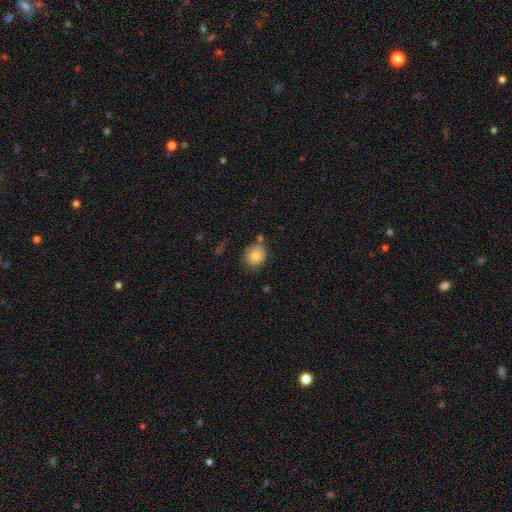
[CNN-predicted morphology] smooth 79%, featured or disk 12%, star or artifact 9%. Down the decision tree: how rounded — round (81%); merging — none (70%).